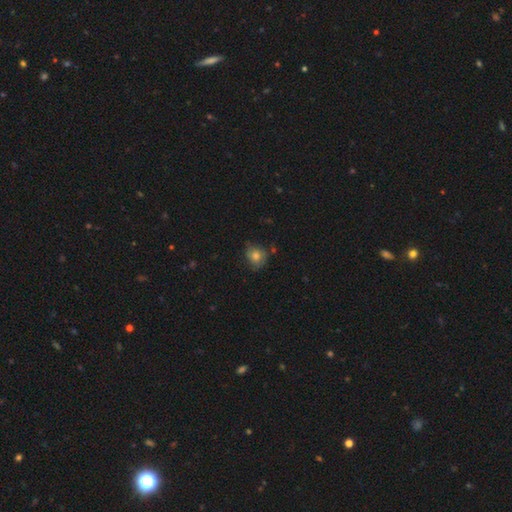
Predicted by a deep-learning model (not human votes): This is likely a smooth galaxy (73%). How rounded: likely round (69%). Merging: likely none (64%).